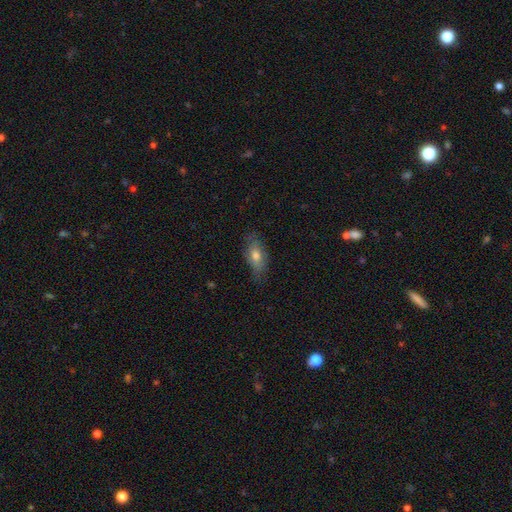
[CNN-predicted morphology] Smooth or featured? smooth (65%)
How rounded? in between (80%)
Merging? none (71%)